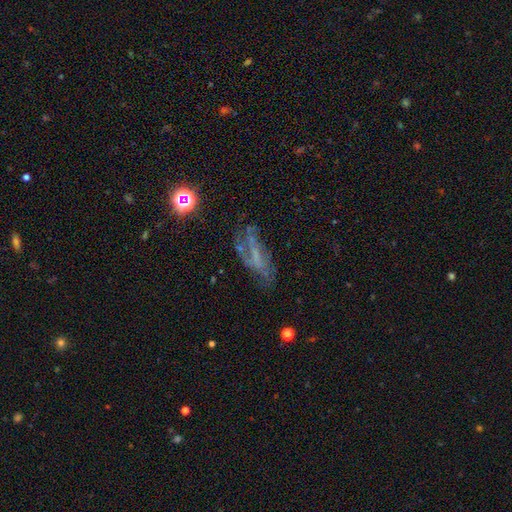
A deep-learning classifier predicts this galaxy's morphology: Smooth or featured?
  - featured or disk: 58% *
  - smooth: 21%
  - star or artifact: 20%
Edge-on disk?
  - no: 83% *
  - yes: 17%
Merging?
  - none: 54% *
  - minor disturbance: 22%
  - major disturbance: 21%
  - merger: 4%